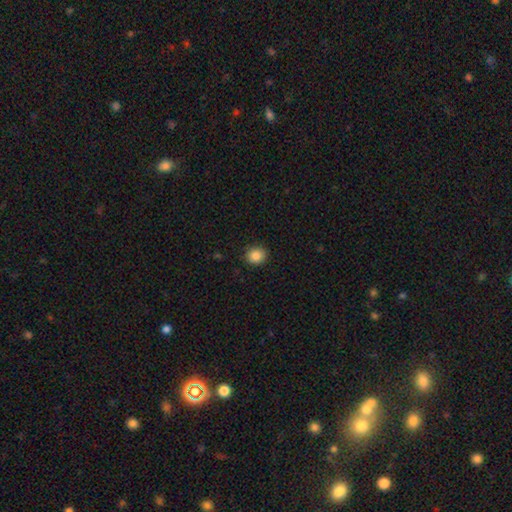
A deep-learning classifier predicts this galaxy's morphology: type=smooth (87%); roundness=round (79%); merging=none (90%).